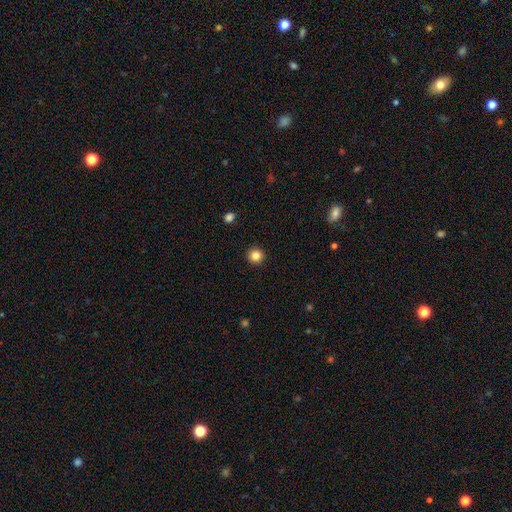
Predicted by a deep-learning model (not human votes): This is clearly a smooth galaxy (85%). How rounded: clearly round (94%). Merging: clearly none (93%).